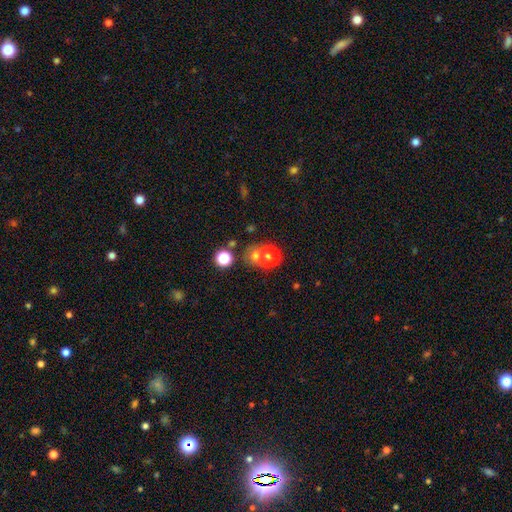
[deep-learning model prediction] Smooth or featured? Predicted: smooth (p=0.69). How rounded? Predicted: round (p=0.84). Merging? Predicted: none (p=0.57).